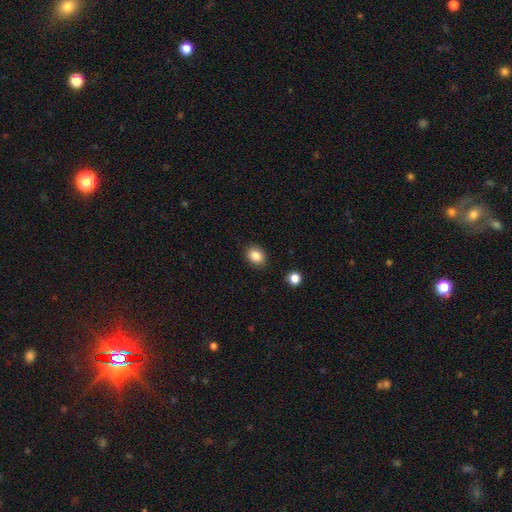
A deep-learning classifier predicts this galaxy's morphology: Smooth or featured: smooth — 85% (star or artifact — 10%)
How rounded: round — 53% (in between — 46%)
Merging: none — 87% (minor disturbance — 9%)